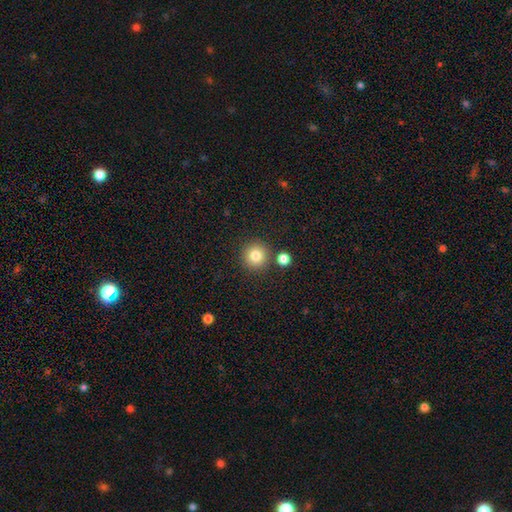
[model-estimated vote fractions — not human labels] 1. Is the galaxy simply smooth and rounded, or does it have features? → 82% smooth, 11% star or artifact, 6% featured or disk.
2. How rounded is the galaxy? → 95% round, 4% in between, 1% cigar-shaped.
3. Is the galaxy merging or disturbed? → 84% none, 7% merger, 7% minor disturbance, 2% major disturbance.